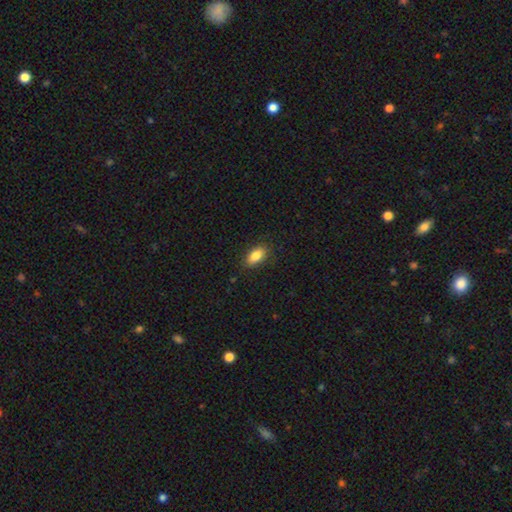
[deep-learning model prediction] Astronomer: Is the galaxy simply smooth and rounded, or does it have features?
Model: smooth — 86%.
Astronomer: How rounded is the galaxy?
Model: in between — 90%.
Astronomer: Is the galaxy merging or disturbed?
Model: none — 86%.